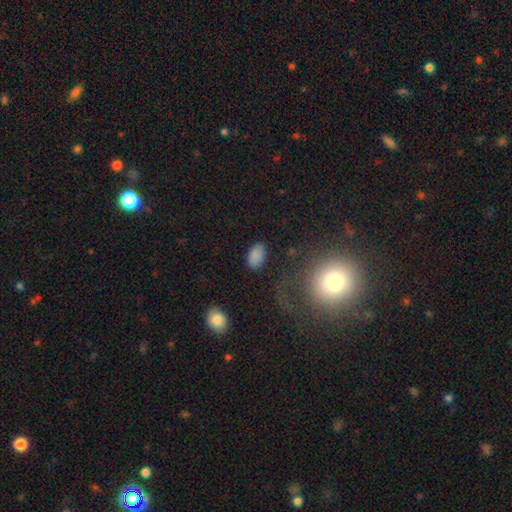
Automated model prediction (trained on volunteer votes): smooth_or_featured: smooth (p=0.83) [alt: star or artifact p=0.11]
how_rounded: in between (p=0.92) [alt: round p=0.06]
merging: none (p=0.80) [alt: minor disturbance p=0.14]